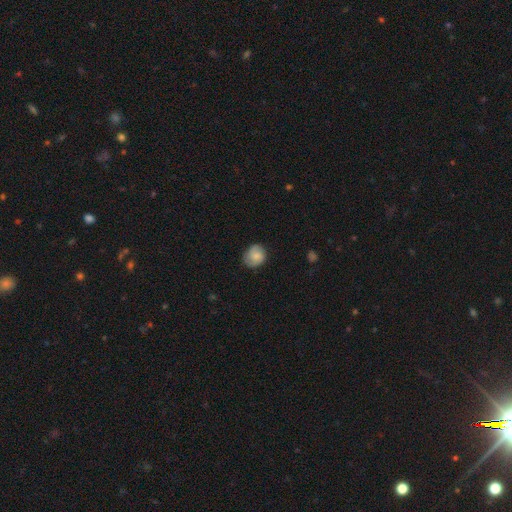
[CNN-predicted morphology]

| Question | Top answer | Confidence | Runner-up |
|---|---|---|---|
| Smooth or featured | smooth | 65% | featured or disk (28%) |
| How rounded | round | 74% | in between (25%) |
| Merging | none | 74% | minor disturbance (20%) |